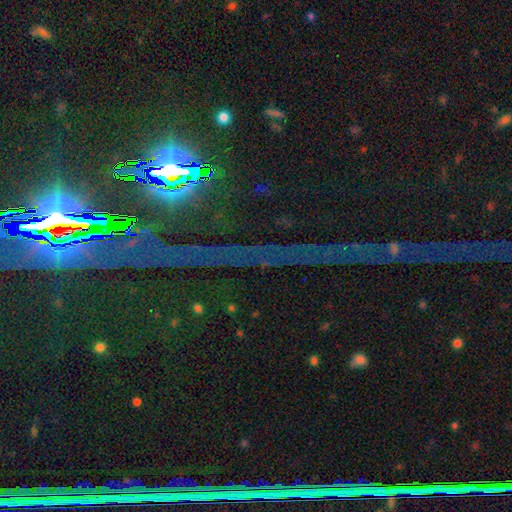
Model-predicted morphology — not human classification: smooth_or_featured: star or artifact (p=0.84) [alt: featured or disk p=0.09]